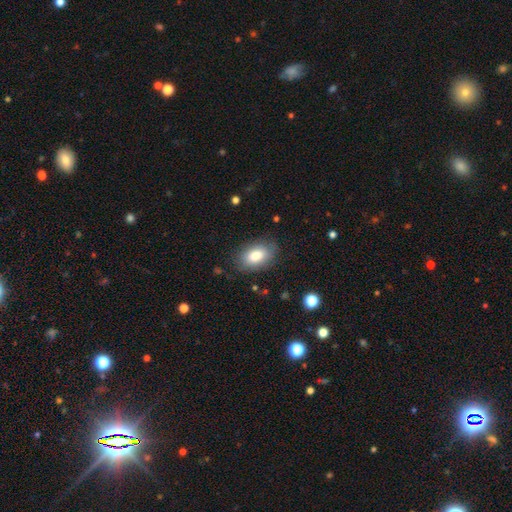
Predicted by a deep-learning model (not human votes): Overall: smooth (81%). How rounded: in between (89%). Merging: none (82%).